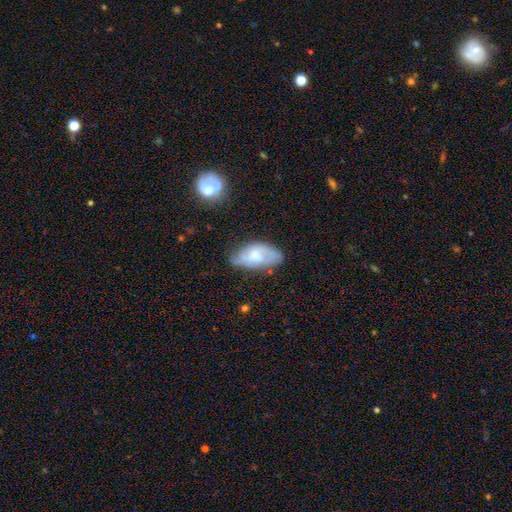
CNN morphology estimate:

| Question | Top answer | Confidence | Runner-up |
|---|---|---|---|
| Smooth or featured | smooth | 53% | featured or disk (40%) |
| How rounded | in between | 92% | cigar-shaped (4%) |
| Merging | none | 51% | minor disturbance (33%) |